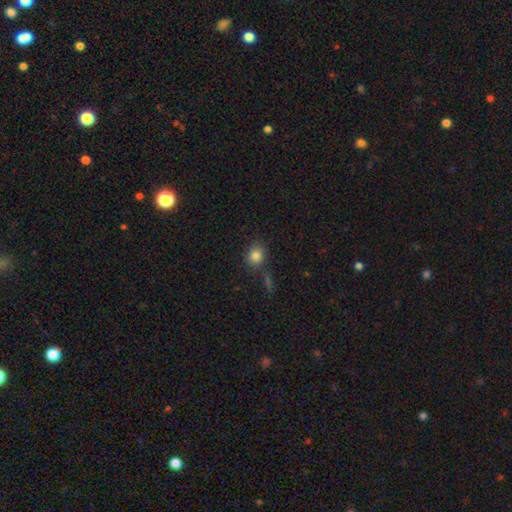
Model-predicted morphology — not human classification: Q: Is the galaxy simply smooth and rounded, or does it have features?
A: smooth — 83%.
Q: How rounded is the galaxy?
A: round — 70%.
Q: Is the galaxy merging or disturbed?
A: none — 72%.